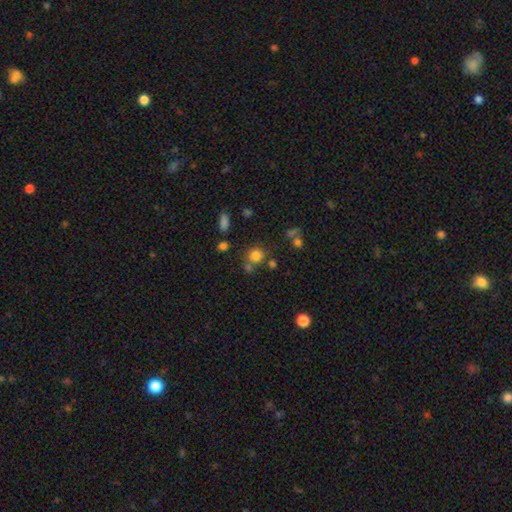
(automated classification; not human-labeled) Smooth or featured?
  - smooth: 79% *
  - star or artifact: 14%
  - featured or disk: 7%
How rounded?
  - round: 85% *
  - in between: 13%
  - cigar-shaped: 1%
Merging?
  - none: 67% *
  - merger: 18%
  - minor disturbance: 11%
  - major disturbance: 5%